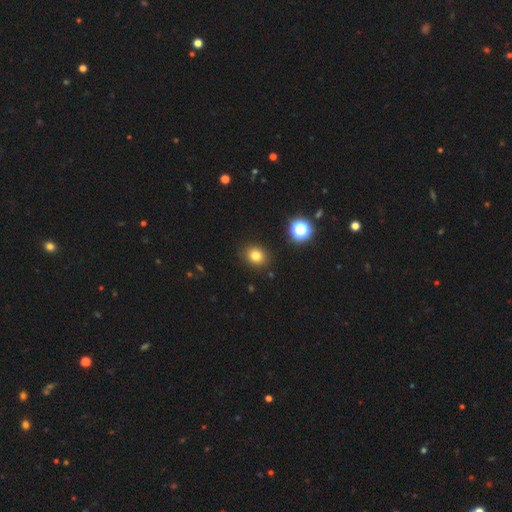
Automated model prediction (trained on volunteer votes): A smooth galaxy with no disk features (79%) that is round (63%). Merging: none (88%).